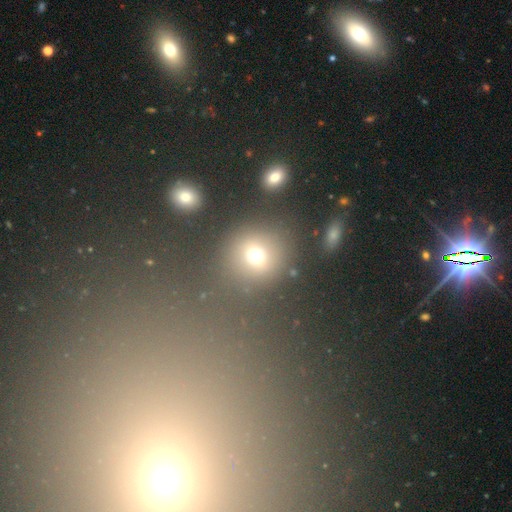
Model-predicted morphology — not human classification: Smooth or featured? Predicted: smooth (p=0.69). How rounded? Predicted: round (p=0.85). Merging? Predicted: none (p=0.76).